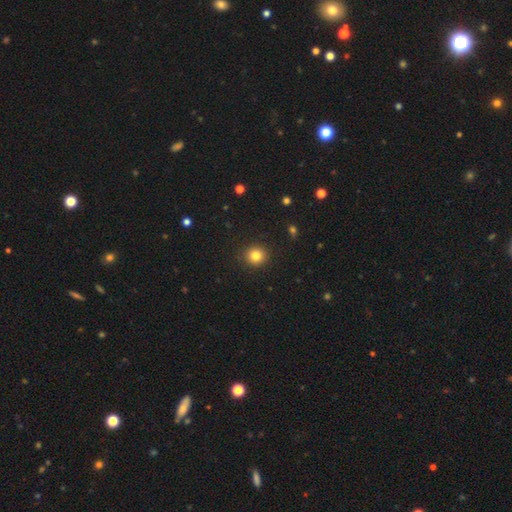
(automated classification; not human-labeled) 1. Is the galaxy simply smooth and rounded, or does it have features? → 83% smooth, 11% star or artifact, 6% featured or disk.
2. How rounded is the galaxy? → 91% round, 8% in between, 1% cigar-shaped.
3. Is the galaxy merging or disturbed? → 91% none, 6% minor disturbance, 2% major disturbance, 1% merger.